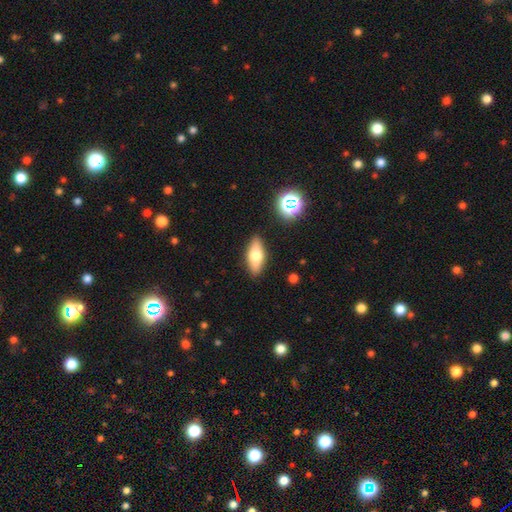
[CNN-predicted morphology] A smooth galaxy with no disk features (62%) that is in between round and cigar-shaped (71%). Merging: none (88%).